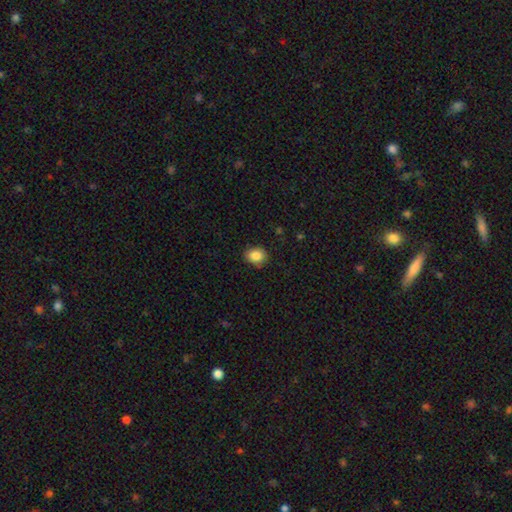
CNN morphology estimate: smooth_or_featured: smooth (p=0.86) [alt: star or artifact p=0.09]
how_rounded: round (p=0.51) [alt: in between p=0.49]
merging: none (p=0.85) [alt: minor disturbance p=0.11]